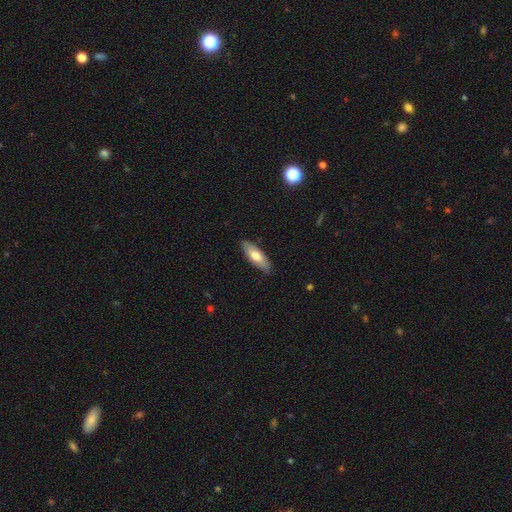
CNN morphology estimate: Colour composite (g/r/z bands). It shows a smooth galaxy with no disk features (66%) that is in between round and cigar-shaped (63%). Merging: none (85%).